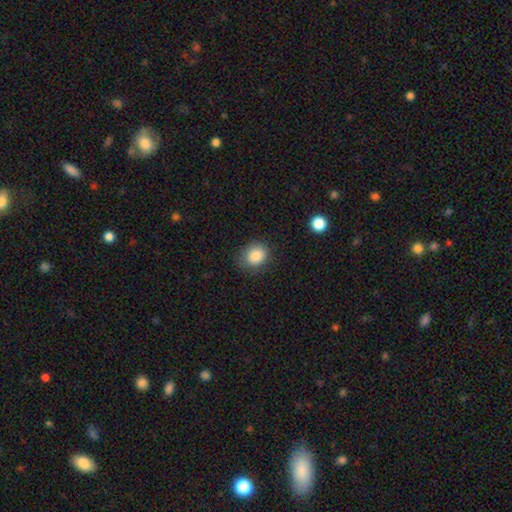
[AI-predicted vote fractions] Smooth or featured? smooth (86%)
How rounded? round (62%)
Merging? none (78%)